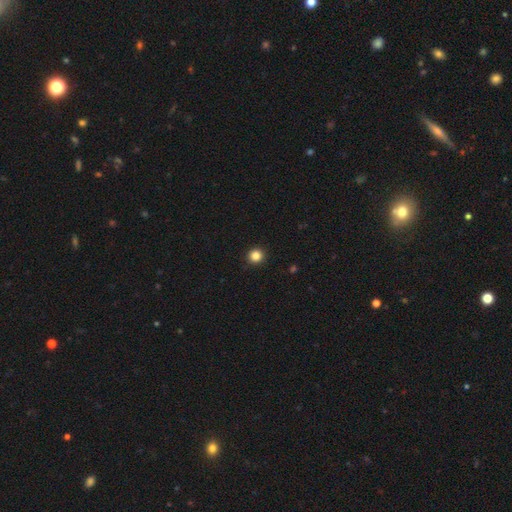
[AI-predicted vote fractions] smooth-or-featured: smooth: 85% | star or artifact: 11% | featured or disk: 3%
  how-rounded: round: 94% | in between: 5% | cigar-shaped: 1%
  merging: none: 93% | minor disturbance: 5% | major disturbance: 2% | merger: 1%